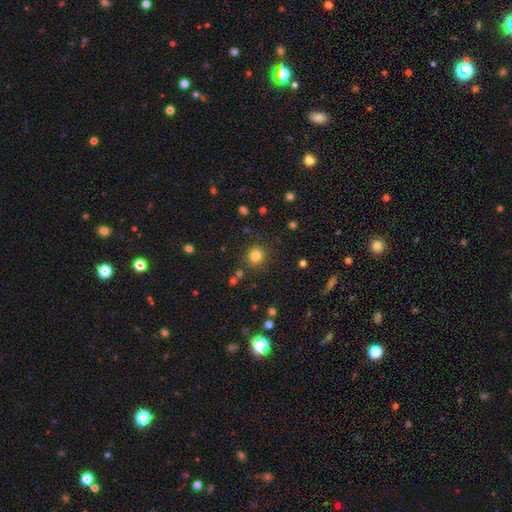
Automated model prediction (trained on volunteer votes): Smooth or featured? Predicted: smooth (p=0.81). How rounded? Predicted: round (p=0.91). Merging? Predicted: none (p=0.86).